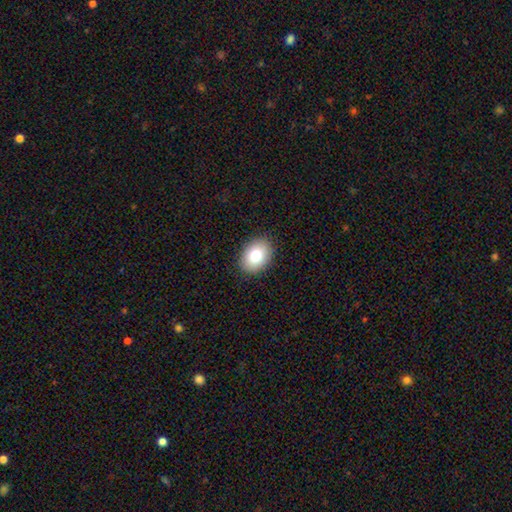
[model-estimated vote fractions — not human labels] Smooth or featured? smooth (82%)
How rounded? in between (78%)
Merging? none (89%)